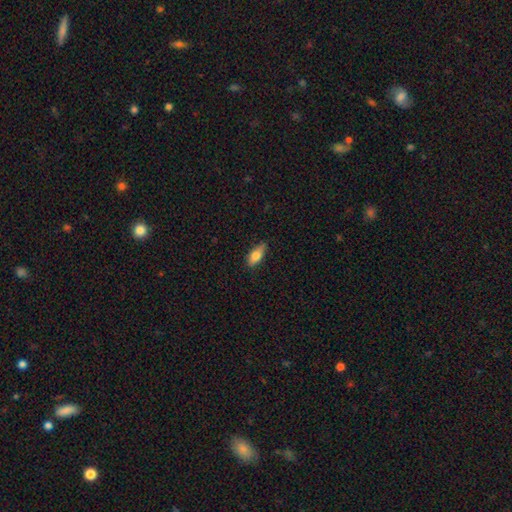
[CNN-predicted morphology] Smooth or featured? Predicted: smooth (p=0.73). How rounded? Predicted: in between (p=0.74). Merging? Predicted: none (p=0.82).